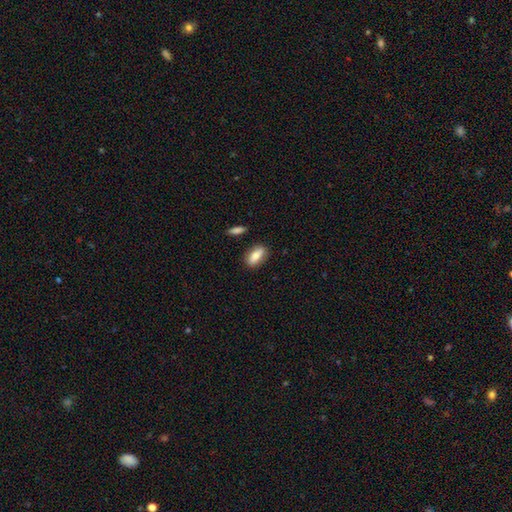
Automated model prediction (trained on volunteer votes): Smooth or featured?
  - smooth: 78% *
  - featured or disk: 15%
  - star or artifact: 7%
How rounded?
  - in between: 79% *
  - cigar-shaped: 16%
  - round: 5%
Merging?
  - none: 83% *
  - minor disturbance: 11%
  - merger: 3%
  - major disturbance: 3%